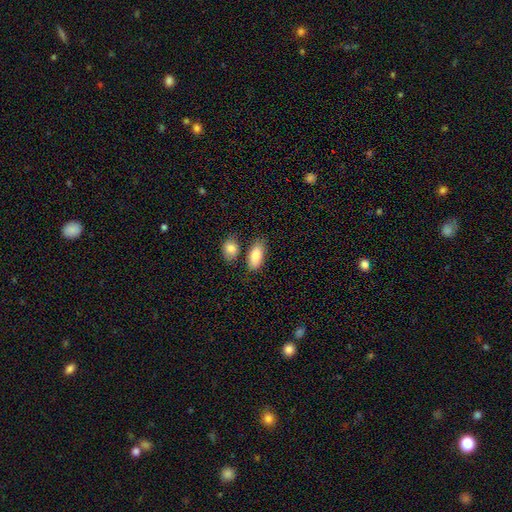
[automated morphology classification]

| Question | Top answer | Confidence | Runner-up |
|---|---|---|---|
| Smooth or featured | smooth | 85% | featured or disk (9%) |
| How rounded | in between | 89% | cigar-shaped (7%) |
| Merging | none | 65% | merger (17%) |